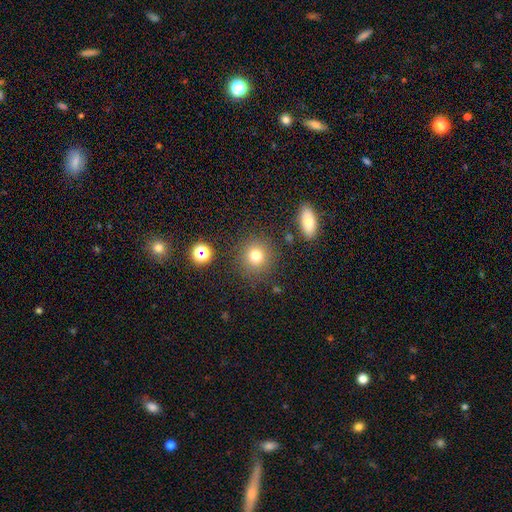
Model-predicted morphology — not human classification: smooth 77%, star or artifact 15%, featured or disk 9%. Down the decision tree: how rounded — round (89%); merging — none (85%).